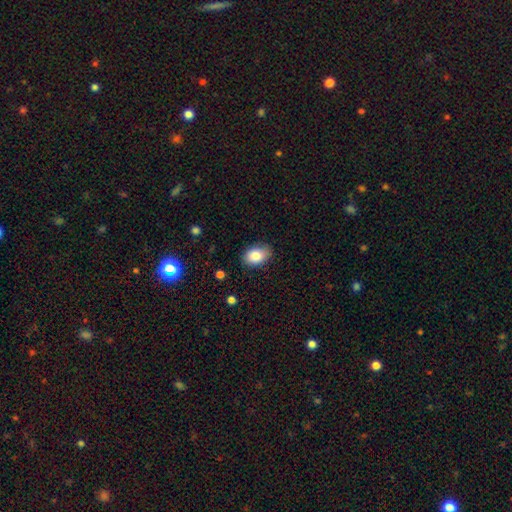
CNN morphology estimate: The model was most divided on "merging": none: 83%, minor disturbance: 13%, major disturbance: 3%, merger: 1%. More confident: how rounded — in between (86%); smooth or featured — smooth (85%).